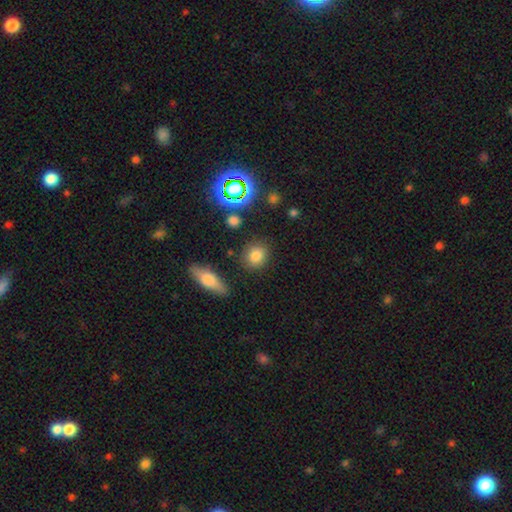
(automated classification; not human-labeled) The model was most divided on "how rounded": round: 71%, in between: 27%, cigar-shaped: 2%. More confident: merging — none (84%); smooth or featured — smooth (80%).